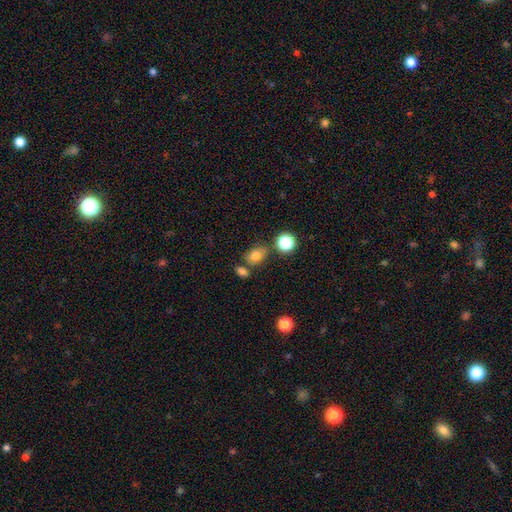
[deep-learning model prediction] A smooth galaxy with no disk features (76%) that is in between round and cigar-shaped (66%).

Vote fractions:
- Smooth or featured? smooth: 76% / star or artifact: 15% / featured or disk: 9%
- How rounded? in between: 66% / round: 33% / cigar-shaped: 2%
- Merging? none: 64% / merger: 15% / minor disturbance: 15% / major disturbance: 5%